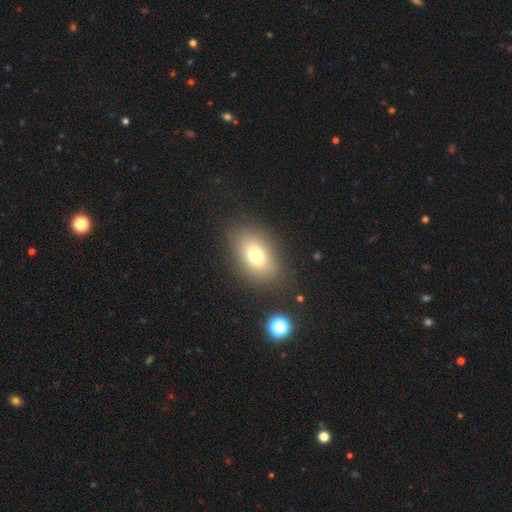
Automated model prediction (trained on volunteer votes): A smooth galaxy with no disk features (74%) that is in between round and cigar-shaped (82%).

Vote fractions:
- Smooth or featured? smooth: 74% / featured or disk: 14% / star or artifact: 12%
- How rounded? in between: 82% / round: 16% / cigar-shaped: 2%
- Merging? none: 81% / minor disturbance: 11% / major disturbance: 5% / merger: 2%